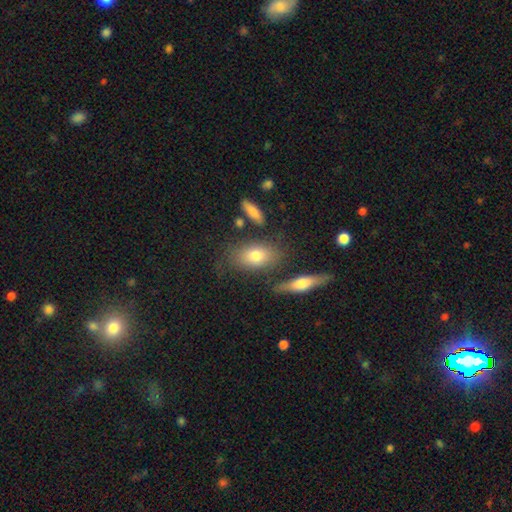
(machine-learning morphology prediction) Q: Smooth or featured?
A: smooth (74%); runner-up: featured or disk (18%)
Q: How rounded?
A: in between (85%); runner-up: round (9%)
Q: Merging?
A: none (71%); runner-up: minor disturbance (16%)